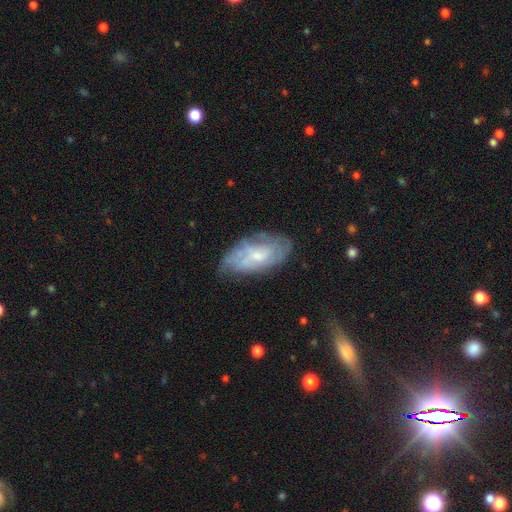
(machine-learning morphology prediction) smooth-or-featured: featured or disk: 60% | smooth: 33% | star or artifact: 7%
  disk-edge-on: no: 91% | yes: 9%
    bar: no: 68% | weak: 28% | strong: 4%
    has-spiral-arms: yes: 74% | no: 26%
    bulge-size: small: 60% | moderate: 32% | none: 5% | large: 2% | dominant: 1%
  merging: none: 63% | minor disturbance: 27% | major disturbance: 9% | merger: 2%